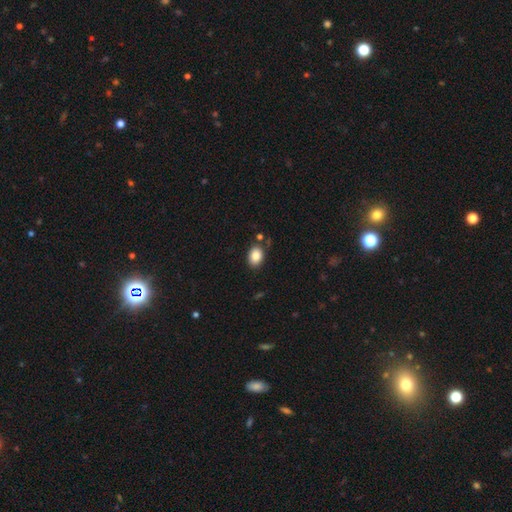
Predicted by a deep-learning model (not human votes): The model was most divided on "how rounded": in between: 74%, round: 25%, cigar-shaped: 1%. More confident: smooth or featured — smooth (86%); merging — none (80%).